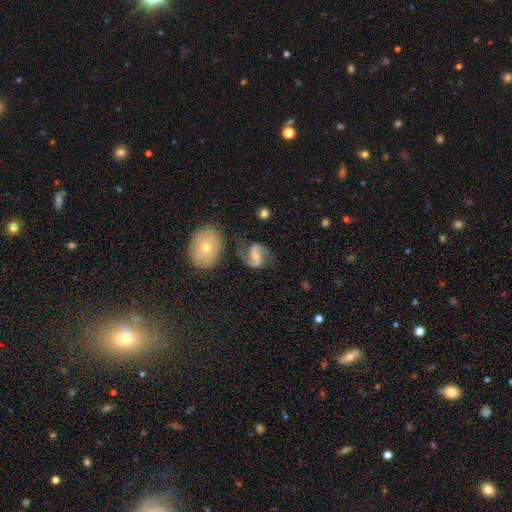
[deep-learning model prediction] Smooth or featured? featured or disk (86%)
Edge-on disk? no (98%)
Bar? weak (45%)
Spiral arms? yes (96%)
Spiral winding? loose (45%, tied with medium)
Spiral arm count? 2 (93%)
Bulge size? small (51%)
Merging? none (72%)